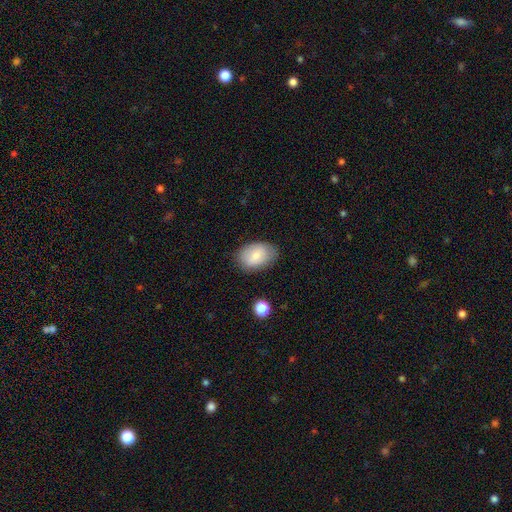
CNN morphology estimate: A smooth galaxy with no disk features (77%) that is in between round and cigar-shaped (87%). Merging: none (78%).